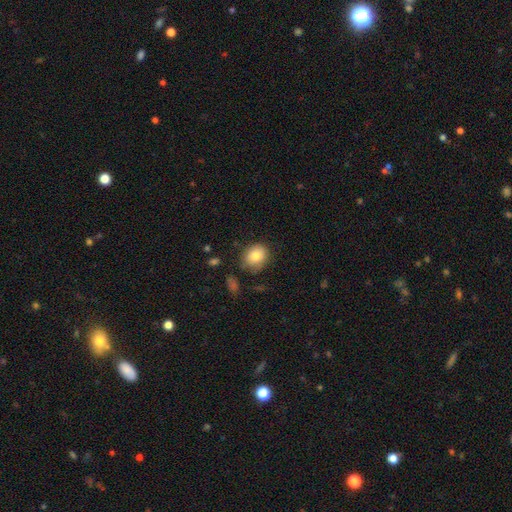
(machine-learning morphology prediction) smooth-or-featured: smooth: 81% | featured or disk: 10% | star or artifact: 8%
  how-rounded: round: 62% | in between: 37% | cigar-shaped: 1%
  merging: none: 69% | minor disturbance: 22% | major disturbance: 6% | merger: 3%